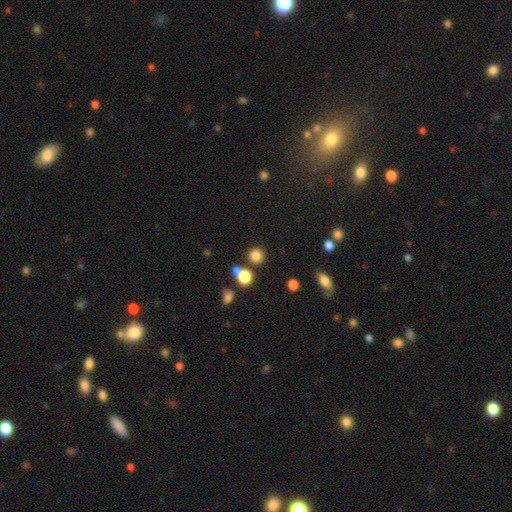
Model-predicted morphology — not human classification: Smooth or featured? smooth (81%)
How rounded? round (90%)
Merging? none (78%)